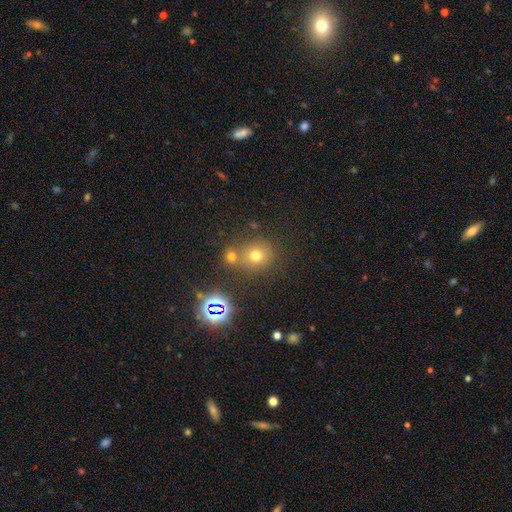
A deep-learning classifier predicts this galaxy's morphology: The model was most divided on "smooth or featured": smooth: 60%, star or artifact: 29%, featured or disk: 11%. More confident: how rounded — round (79%); merging — none (64%).